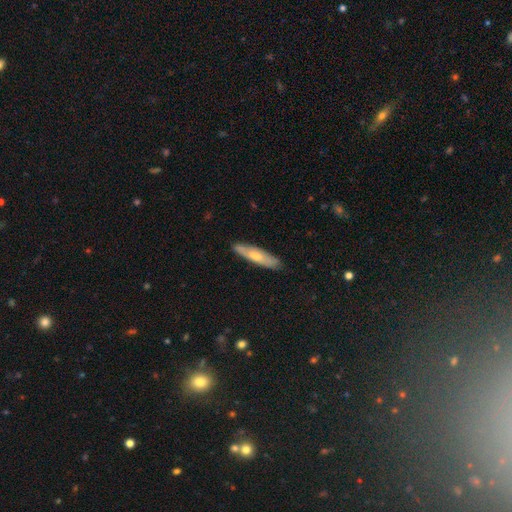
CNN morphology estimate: This appears to be a smooth galaxy with no disk features (53%) that is cigar-shaped (78%). Merging: none (86%).